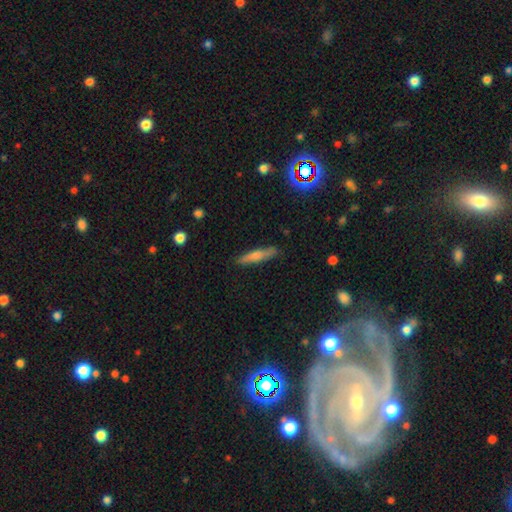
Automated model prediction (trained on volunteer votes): This appears to be a smooth galaxy with no disk features (68%) that is cigar-shaped (87%). Merging: none (86%).